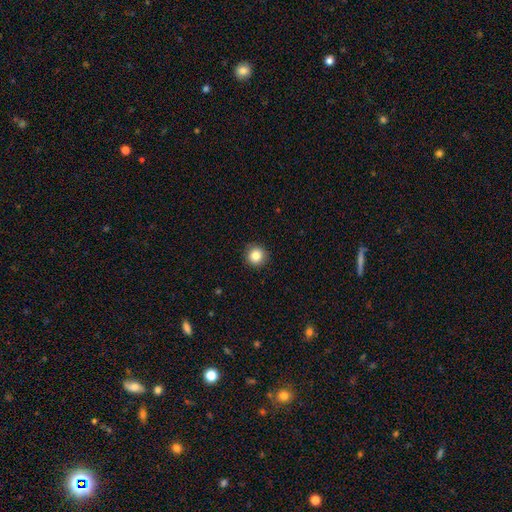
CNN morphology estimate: Smooth or featured?
  - smooth: 85% *
  - star or artifact: 10%
  - featured or disk: 5%
How rounded?
  - round: 95% *
  - in between: 4%
  - cigar-shaped: 1%
Merging?
  - none: 92% *
  - minor disturbance: 5%
  - major disturbance: 2%
  - merger: 1%